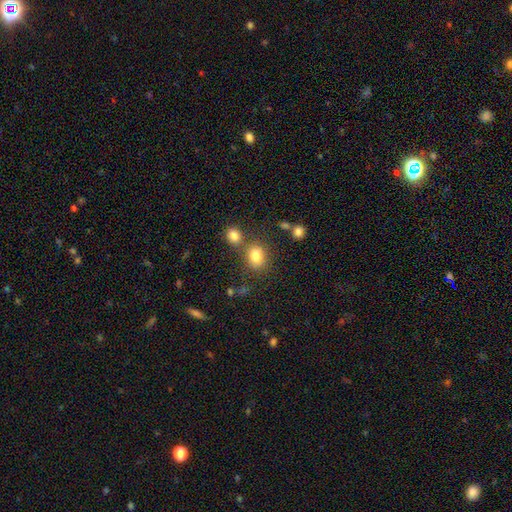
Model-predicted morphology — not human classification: smooth_or_featured: smooth (p=0.80) [alt: star or artifact p=0.12]
how_rounded: round (p=0.54) [alt: in between p=0.44]
merging: none (p=0.63) [alt: merger p=0.21]